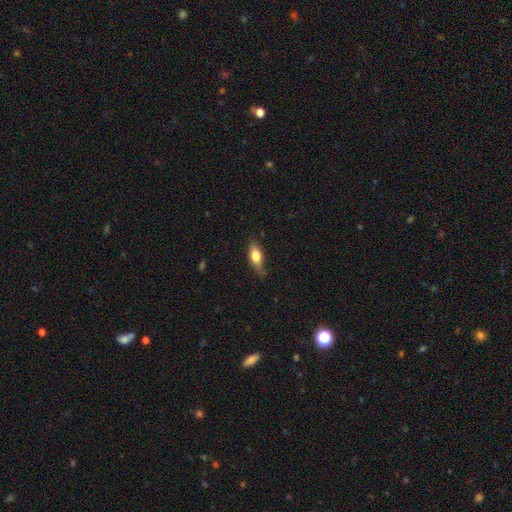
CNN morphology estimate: Smooth or featured? Predicted: smooth (p=0.73). How rounded? Predicted: in between (p=0.76). Merging? Predicted: none (p=0.58).